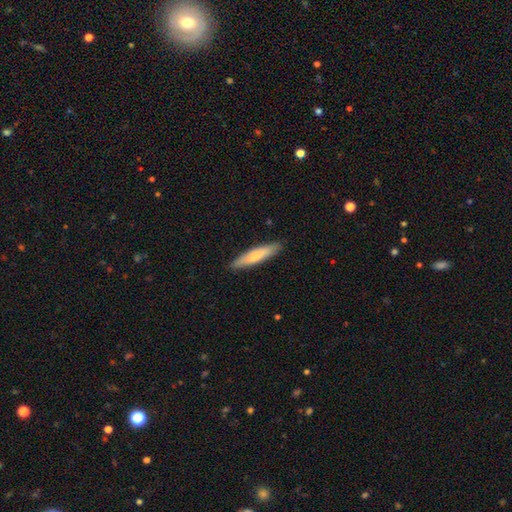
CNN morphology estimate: smooth 71%, featured or disk 24%, star or artifact 5%. Down the decision tree: how rounded — cigar-shaped (84%); merging — none (89%).